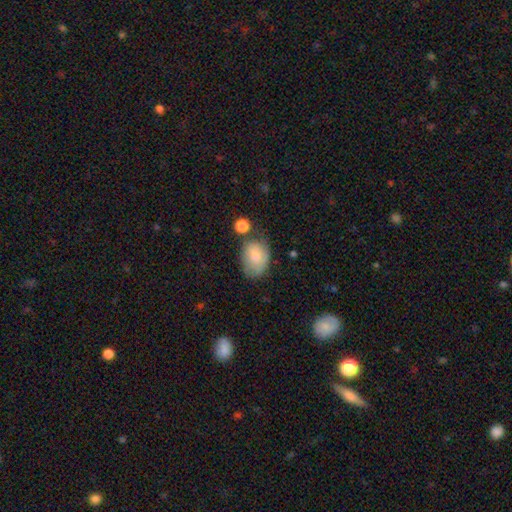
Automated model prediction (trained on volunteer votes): Smooth or featured: smooth — 76% (featured or disk — 17%)
How rounded: in between — 74% (round — 25%)
Merging: none — 50% (minor disturbance — 29%)